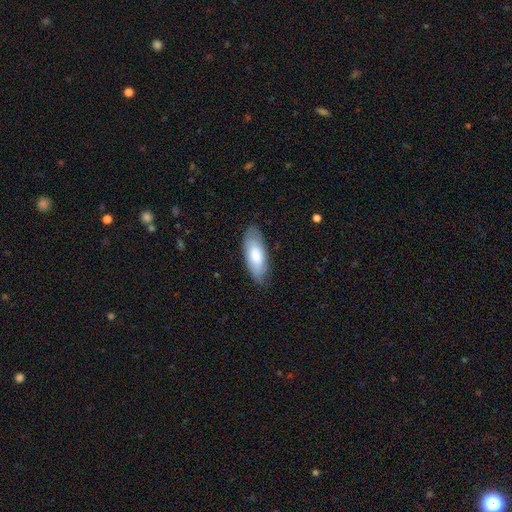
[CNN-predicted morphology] type=smooth (78%); roundness=in between (80%); merging=none (79%).